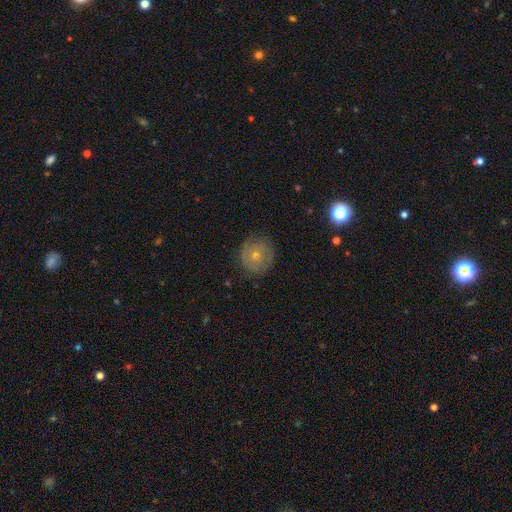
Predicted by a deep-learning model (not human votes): featured or disk 49%, smooth 40%, star or artifact 11%. Down the decision tree: merging — none (82%).